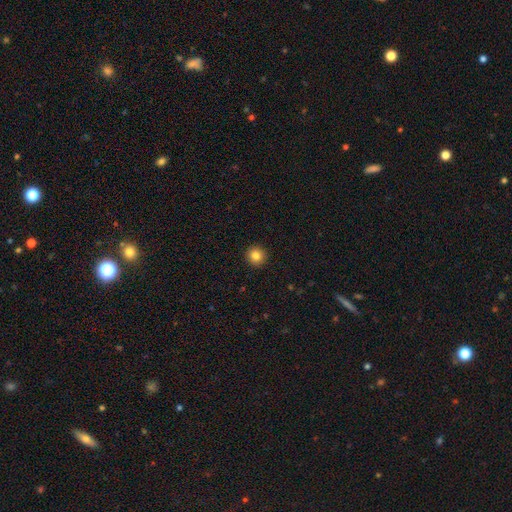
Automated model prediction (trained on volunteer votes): Smooth or featured?
  - smooth: 83% *
  - star or artifact: 11%
  - featured or disk: 6%
How rounded?
  - round: 95% *
  - in between: 4%
  - cigar-shaped: 1%
Merging?
  - none: 93% *
  - minor disturbance: 4%
  - major disturbance: 1%
  - merger: 1%